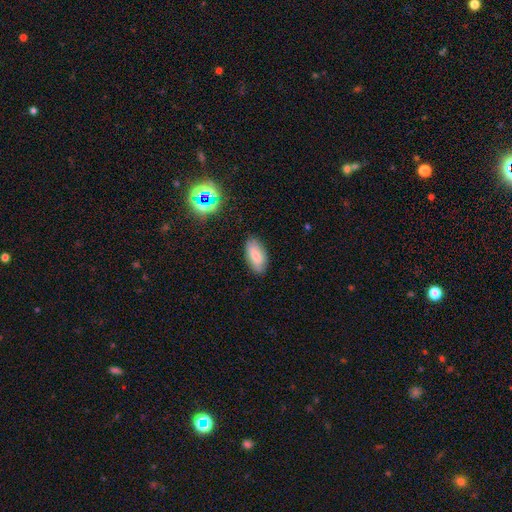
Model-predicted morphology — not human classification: smooth-or-featured: smooth: 76% | featured or disk: 15% | star or artifact: 9%
  how-rounded: in between: 90% | cigar-shaped: 7% | round: 3%
  merging: none: 82% | minor disturbance: 14% | major disturbance: 3% | merger: 1%